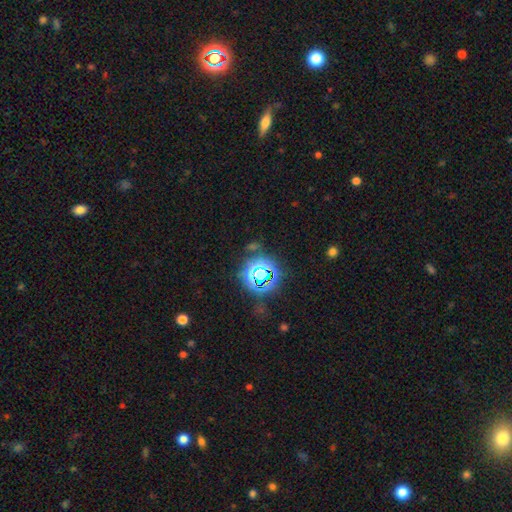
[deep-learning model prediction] star or artifact 70%, smooth 22%, featured or disk 8%.